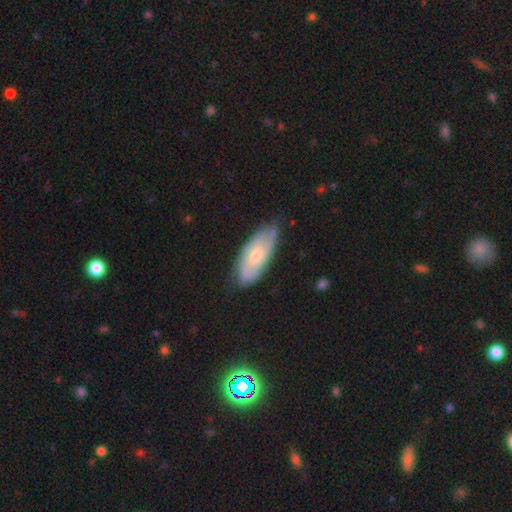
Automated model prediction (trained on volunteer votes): This is possibly a featured or disk galaxy (52%). It is clearly not viewed edge-on (86%). Merging: likely none (66%).